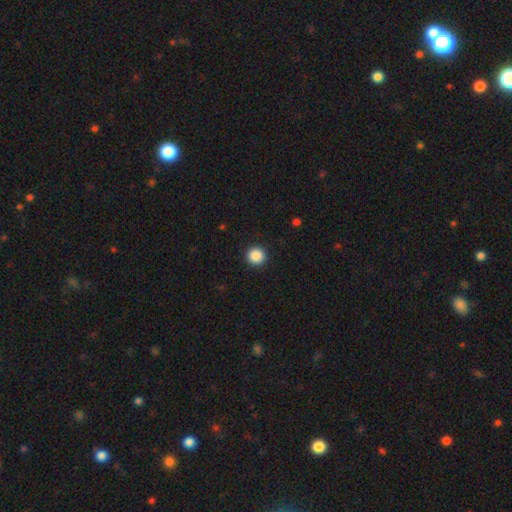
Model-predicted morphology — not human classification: A smooth galaxy with no disk features (88%) that is round (95%).

Vote fractions:
- Smooth or featured? smooth: 88% / star or artifact: 9% / featured or disk: 3%
- How rounded? round: 95% / in between: 4% / cigar-shaped: 1%
- Merging? none: 93% / minor disturbance: 4% / major disturbance: 2% / merger: 1%